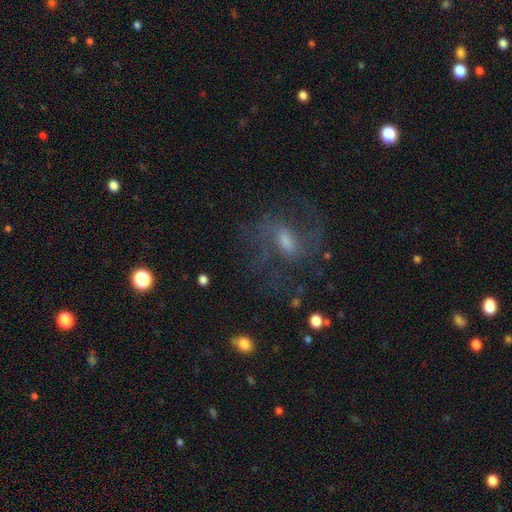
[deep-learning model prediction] The model was most divided on "bulge size": moderate: 45%, small: 35%, none: 10%, large: 9%, dominant: 2%. Remaining: edge-on disk — no (95%); spiral arms — yes (87%); merging — none (69%); smooth or featured — featured or disk (66%); spiral arm count — 2 (65%); bar — weak (53%); spiral winding — medium (50%).